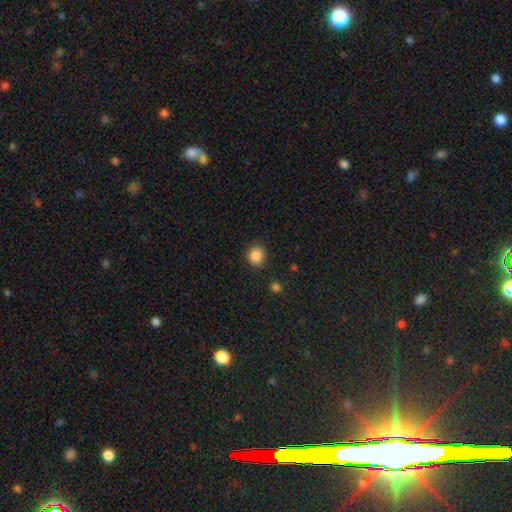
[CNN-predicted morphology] Q: Smooth or featured?
A: smooth (87%); runner-up: star or artifact (10%)
Q: How rounded?
A: round (80%); runner-up: in between (19%)
Q: Merging?
A: none (86%); runner-up: minor disturbance (10%)